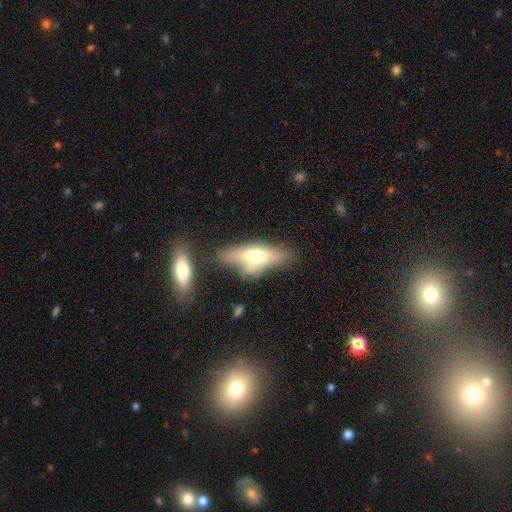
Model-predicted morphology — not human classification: This is possibly a smooth galaxy (50%). How rounded: possibly in between (49%). Merging: possibly none (49%).